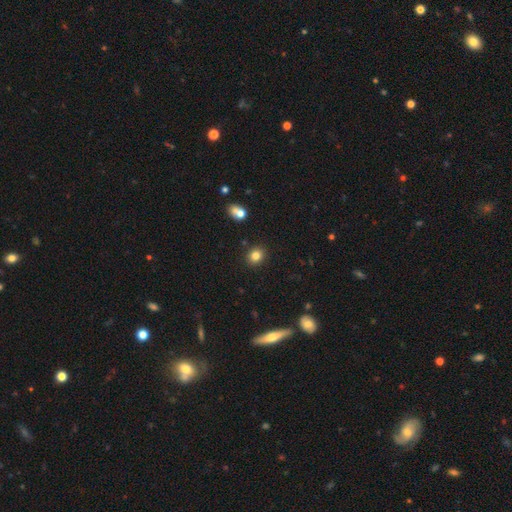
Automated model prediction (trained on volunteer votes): smooth-or-featured: smooth: 81% | star or artifact: 12% | featured or disk: 7%
  how-rounded: round: 69% | in between: 30% | cigar-shaped: 1%
  merging: none: 88% | minor disturbance: 7% | merger: 2% | major disturbance: 2%